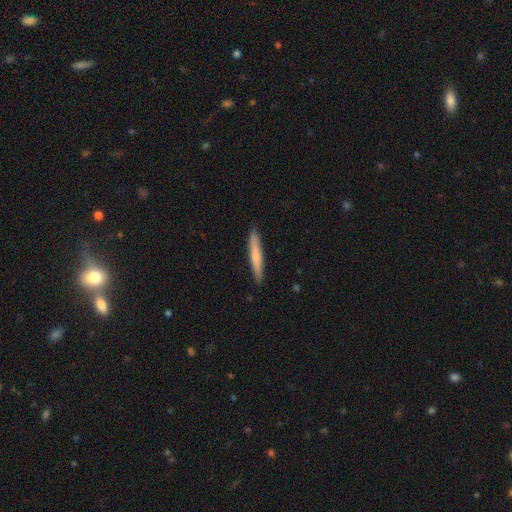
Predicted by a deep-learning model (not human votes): A smooth galaxy with no disk features (68%) that is cigar-shaped (96%). Merging: none (91%).